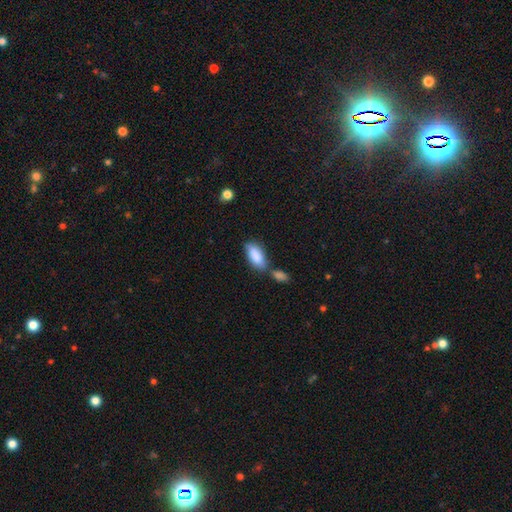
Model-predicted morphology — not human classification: Q: Smooth or featured?
A: smooth (86%); runner-up: featured or disk (8%)
Q: How rounded?
A: in between (88%); runner-up: cigar-shaped (10%)
Q: Merging?
A: none (46%); runner-up: merger (33%)